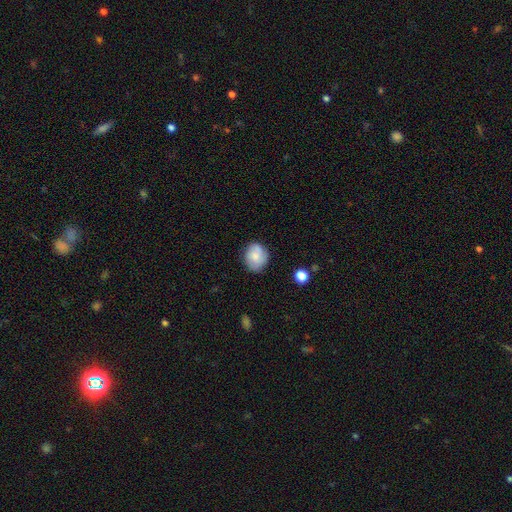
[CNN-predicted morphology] Q: Smooth or featured?
A: smooth (64%); runner-up: featured or disk (28%)
Q: How rounded?
A: round (59%); runner-up: in between (40%)
Q: Merging?
A: none (75%); runner-up: minor disturbance (19%)